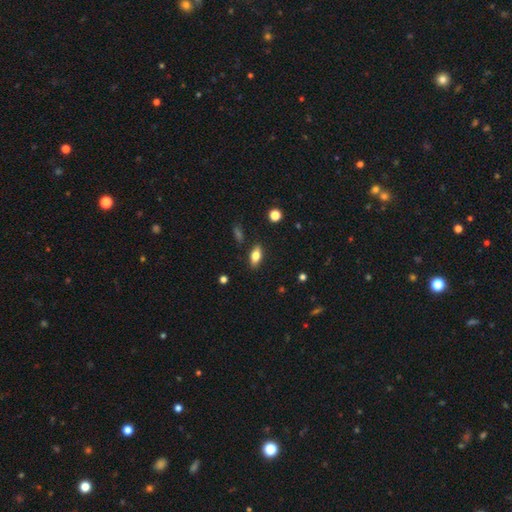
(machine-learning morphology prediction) Smooth or featured: smooth — 71% (featured or disk — 20%)
How rounded: in between — 82% (cigar-shaped — 13%)
Merging: none — 86% (minor disturbance — 10%)